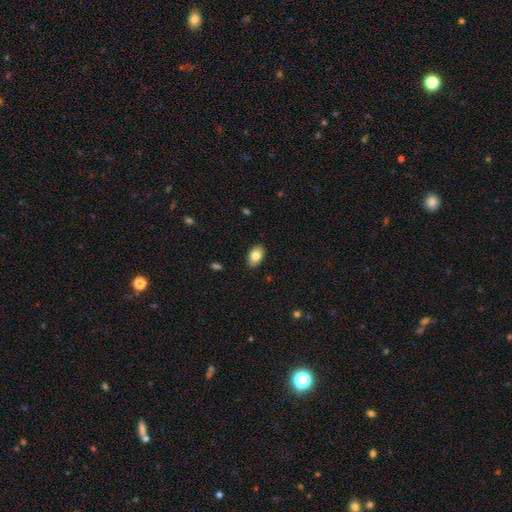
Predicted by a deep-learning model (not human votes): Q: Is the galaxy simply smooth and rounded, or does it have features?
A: smooth — 81%.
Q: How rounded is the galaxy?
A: in between — 89%.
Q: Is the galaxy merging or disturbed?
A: none — 88%.